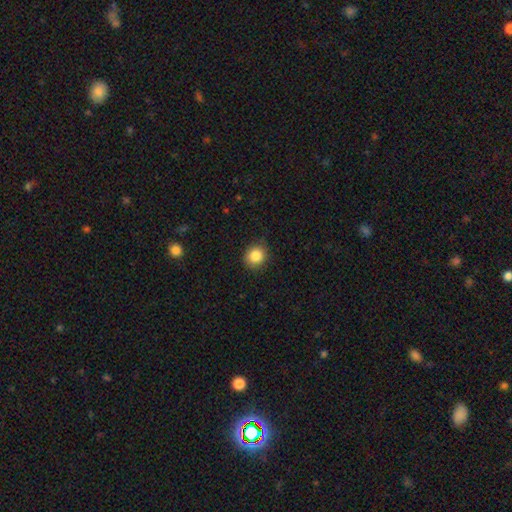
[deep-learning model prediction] smooth-or-featured: smooth: 85% | star or artifact: 9% | featured or disk: 5%
  how-rounded: round: 83% | in between: 16% | cigar-shaped: 1%
  merging: none: 83% | minor disturbance: 14% | major disturbance: 3% | merger: 1%